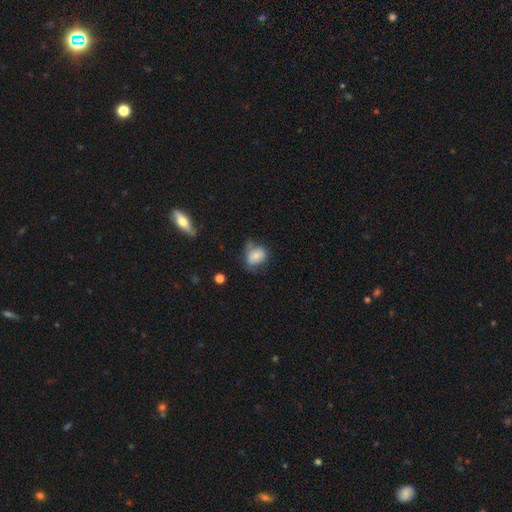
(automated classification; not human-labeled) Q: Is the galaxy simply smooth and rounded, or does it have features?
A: smooth — 71%.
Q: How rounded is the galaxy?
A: in between — 57%.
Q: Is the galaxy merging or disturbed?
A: none — 48%.